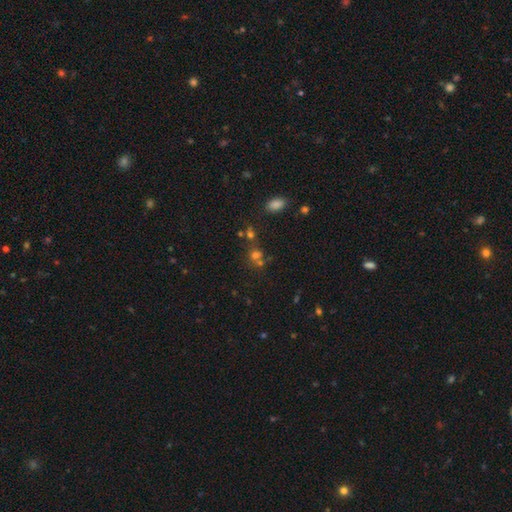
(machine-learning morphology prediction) Smooth or featured?
  - smooth: 51% *
  - star or artifact: 36%
  - featured or disk: 13%
How rounded?
  - round: 77% *
  - in between: 21%
  - cigar-shaped: 2%
Merging?
  - none: 54% *
  - merger: 33%
  - minor disturbance: 9%
  - major disturbance: 5%